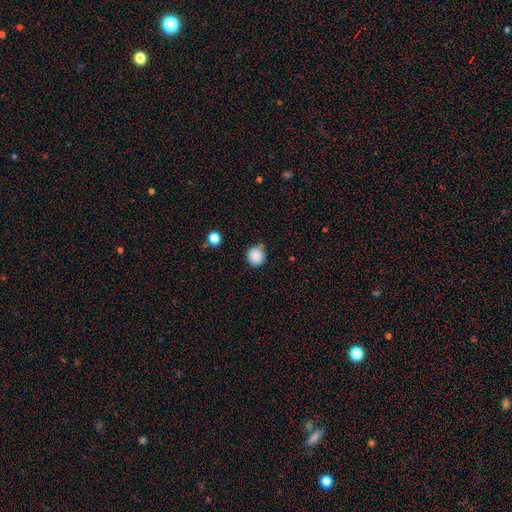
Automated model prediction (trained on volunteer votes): Smooth or featured: smooth — 87% (star or artifact — 9%)
How rounded: round — 92% (in between — 7%)
Merging: none — 76% (minor disturbance — 16%)